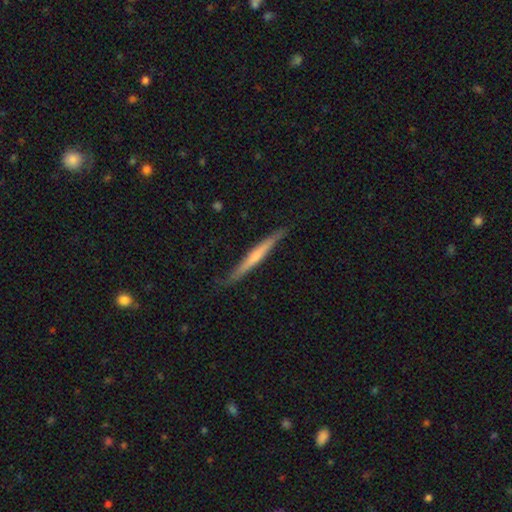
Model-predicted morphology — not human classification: A featured or disk galaxy (54%) viewed edge-on (96%) with no central bulge (54%). Merging: none (82%).